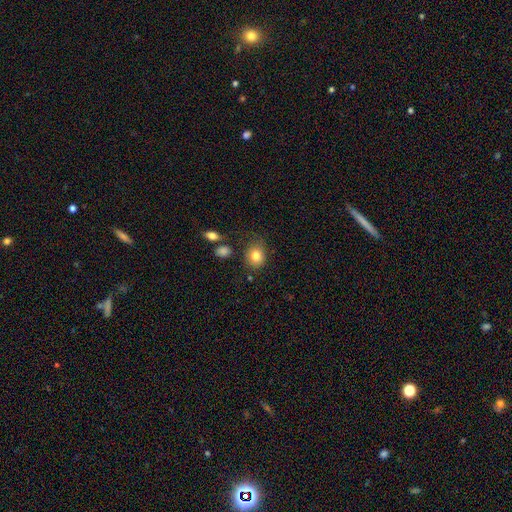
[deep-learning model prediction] A smooth galaxy with no disk features (81%) that is round (61%). Merging: none (74%).